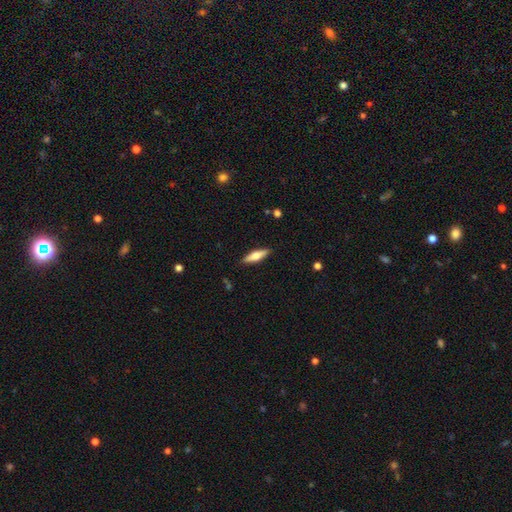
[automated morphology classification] This is possibly a smooth galaxy (50%). How rounded: likely cigar-shaped (64%). Merging: clearly none (89%).